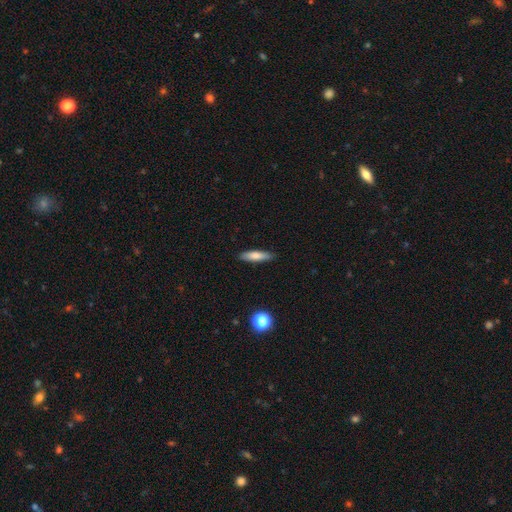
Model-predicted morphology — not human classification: Overall: smooth (76%). How rounded: cigar-shaped (72%). Merging: none (87%).